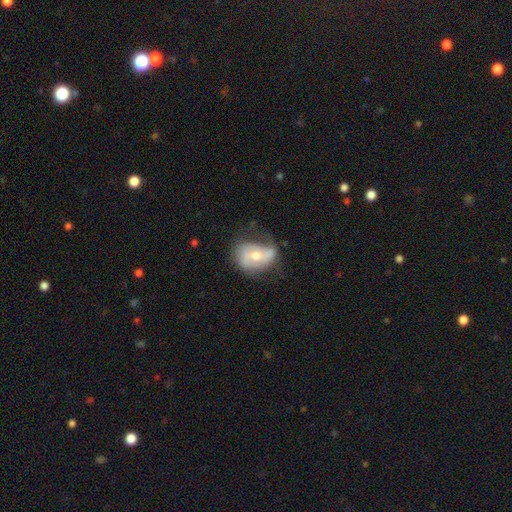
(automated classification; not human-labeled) smooth_or_featured: featured or disk (p=0.61) [alt: smooth p=0.32]
disk_edge_on: no (p=0.96) [alt: yes p=0.04]
bar: no (p=0.54) [alt: weak p=0.33]
has_spiral_arms: yes (p=0.75) [alt: no p=0.25]
bulge_size: moderate (p=0.63) [alt: small p=0.32]
merging: none (p=0.50) [alt: minor disturbance p=0.32]